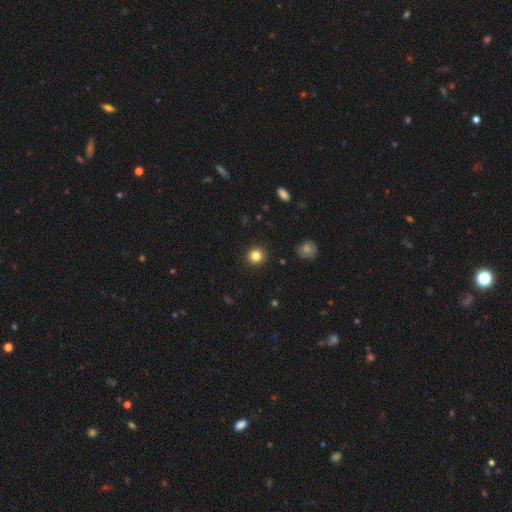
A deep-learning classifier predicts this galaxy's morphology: smooth 83%, star or artifact 11%, featured or disk 6%. Down the decision tree: how rounded — round (92%); merging — none (92%).